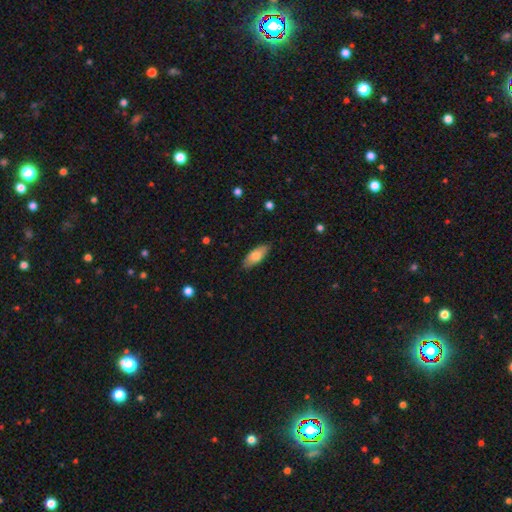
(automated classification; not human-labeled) Overall: smooth (75%). How rounded: in between (80%). Merging: none (85%).